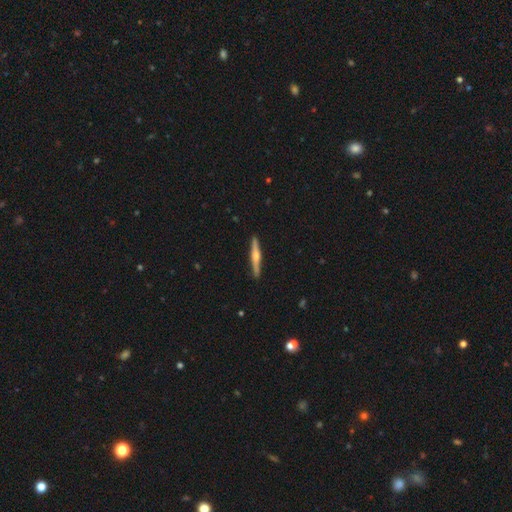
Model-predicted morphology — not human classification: type=featured or disk (64%); edge-on=yes (98%); edge-on bulge=rounded (84%); merging=none (91%).